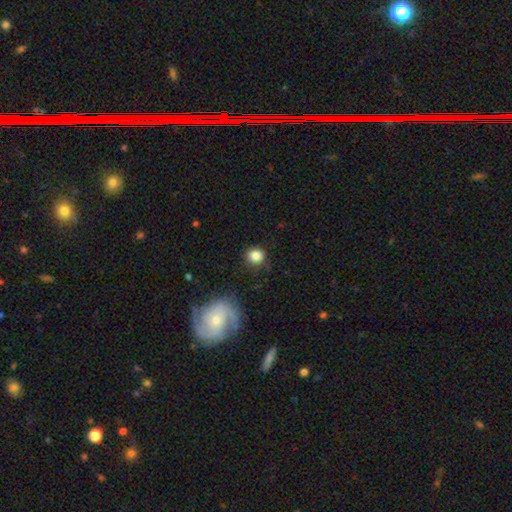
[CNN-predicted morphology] Overall: smooth (84%). How rounded: round (87%). Merging: none (82%).